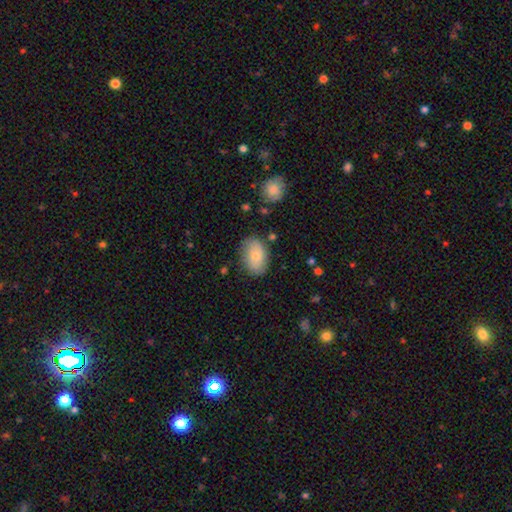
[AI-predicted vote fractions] A smooth galaxy with no disk features (74%) that is in between round and cigar-shaped (88%). Merging: none (78%).